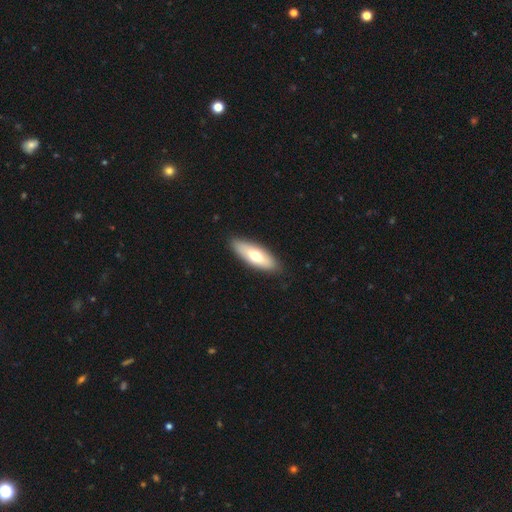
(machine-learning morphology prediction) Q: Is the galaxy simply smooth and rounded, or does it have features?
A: smooth — 64%.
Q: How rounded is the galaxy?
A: in between — 64%.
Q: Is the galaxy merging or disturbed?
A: none — 87%.